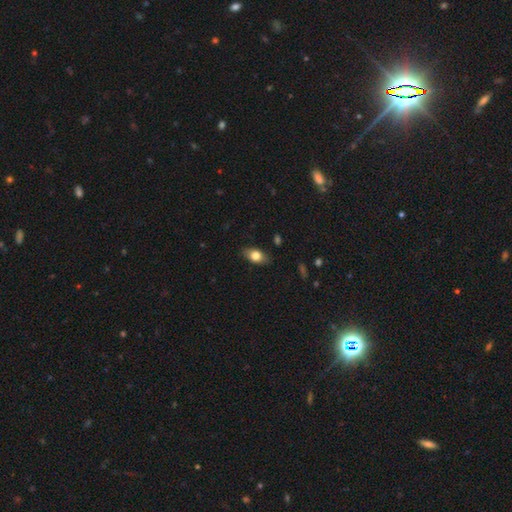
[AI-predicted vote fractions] A smooth galaxy with no disk features (77%) that is in between round and cigar-shaped (87%).

Vote fractions:
- Smooth or featured? smooth: 77% / featured or disk: 16% / star or artifact: 7%
- How rounded? in between: 87% / round: 9% / cigar-shaped: 4%
- Merging? none: 83% / minor disturbance: 13% / major disturbance: 3% / merger: 1%